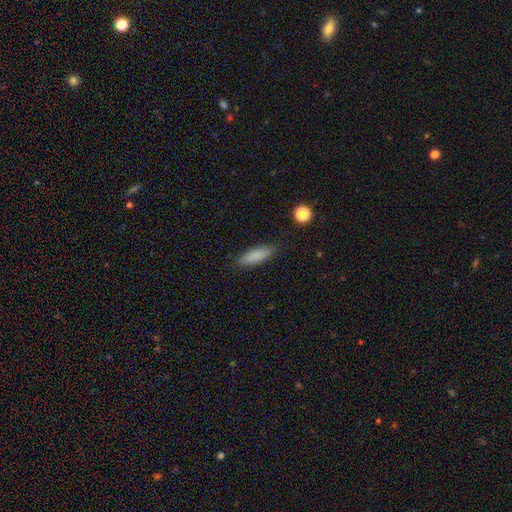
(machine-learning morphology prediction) type=smooth (84%); roundness=cigar-shaped (49%, tied with in between); merging=none (85%).